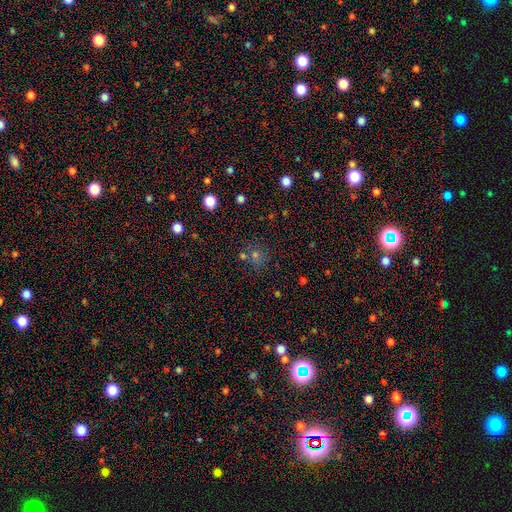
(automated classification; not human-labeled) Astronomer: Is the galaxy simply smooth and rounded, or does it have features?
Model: smooth — 53% (runner-up: star or artifact, 37%).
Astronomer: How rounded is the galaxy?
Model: round — 86%.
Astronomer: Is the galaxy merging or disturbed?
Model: none — 75%.